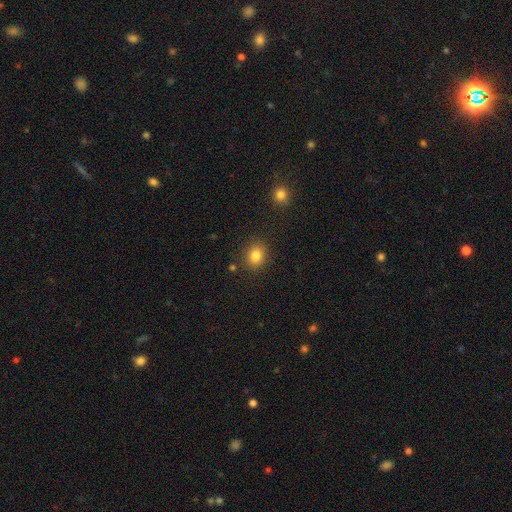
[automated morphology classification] smooth-or-featured: smooth: 83% | star or artifact: 11% | featured or disk: 6%
  how-rounded: round: 64% | in between: 35% | cigar-shaped: 1%
  merging: none: 86% | minor disturbance: 8% | major disturbance: 3% | merger: 3%